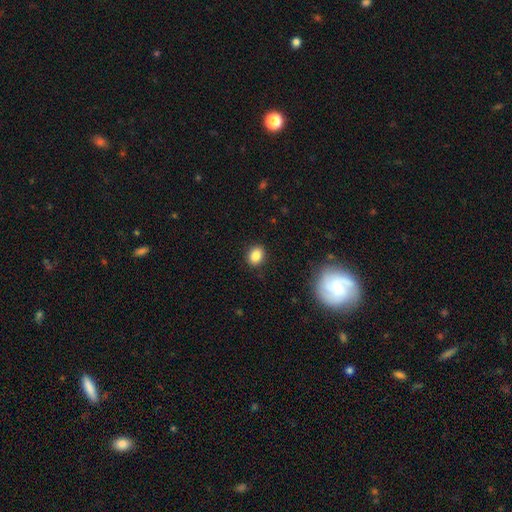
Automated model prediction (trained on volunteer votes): smooth 85%, star or artifact 10%, featured or disk 5%. Down the decision tree: how rounded — in between (50%); merging — none (90%).